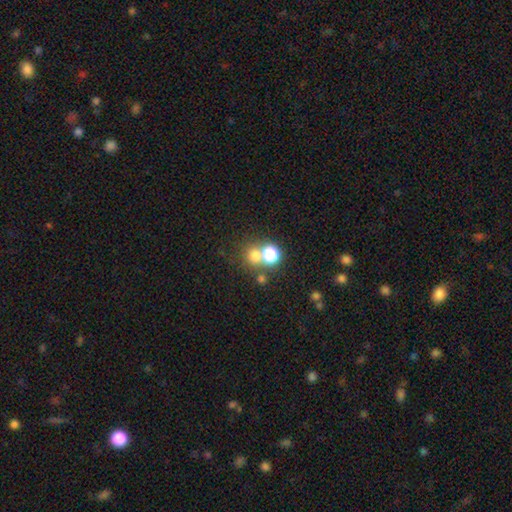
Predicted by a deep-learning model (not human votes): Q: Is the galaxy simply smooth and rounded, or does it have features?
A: smooth — 66%.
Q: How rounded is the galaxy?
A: round — 86%.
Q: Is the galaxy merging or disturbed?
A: none — 59%.